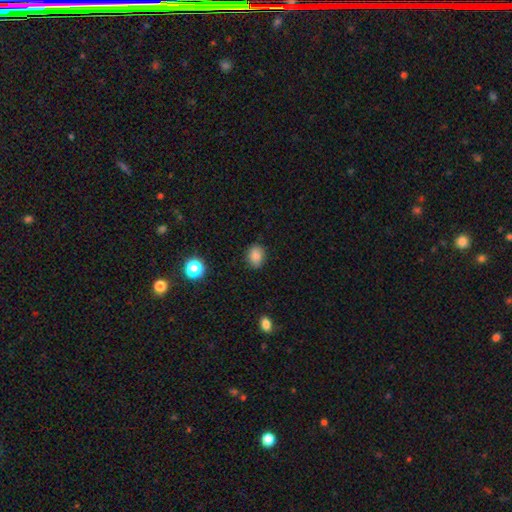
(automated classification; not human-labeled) Smooth or featured: smooth — 84% (star or artifact — 11%)
How rounded: in between — 59% (round — 40%)
Merging: none — 83% (minor disturbance — 13%)